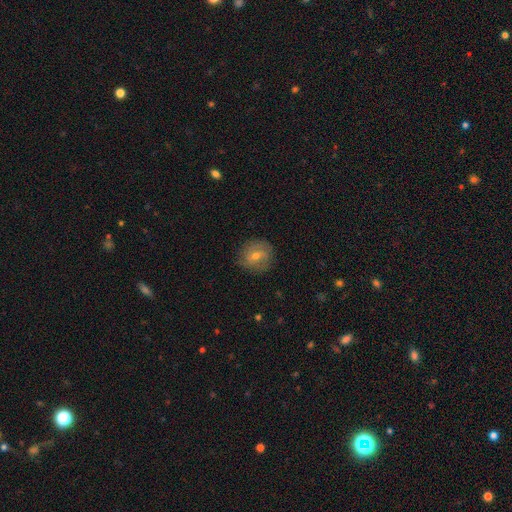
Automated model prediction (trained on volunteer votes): Smooth or featured? smooth (51%)
How rounded? round (85%)
Merging? none (83%)